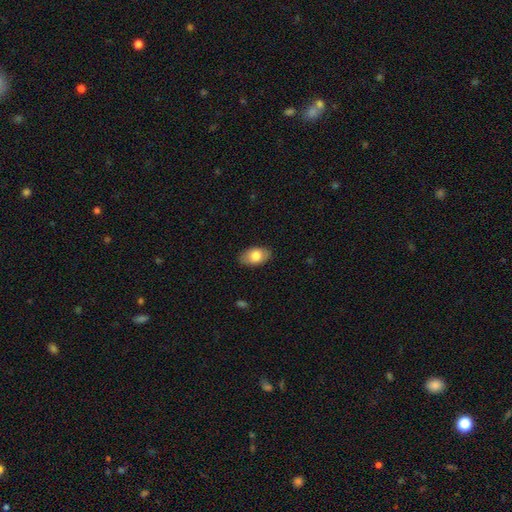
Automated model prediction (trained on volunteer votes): The model was most divided on "smooth or featured": smooth: 79%, featured or disk: 14%, star or artifact: 6%. More confident: how rounded — in between (92%); merging — none (85%).